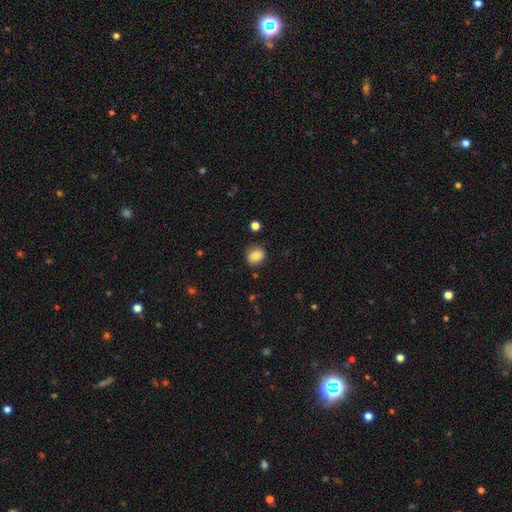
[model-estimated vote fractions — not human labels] Smooth or featured? Predicted: smooth (p=0.82). How rounded? Predicted: round (p=0.65). Merging? Predicted: none (p=0.81).